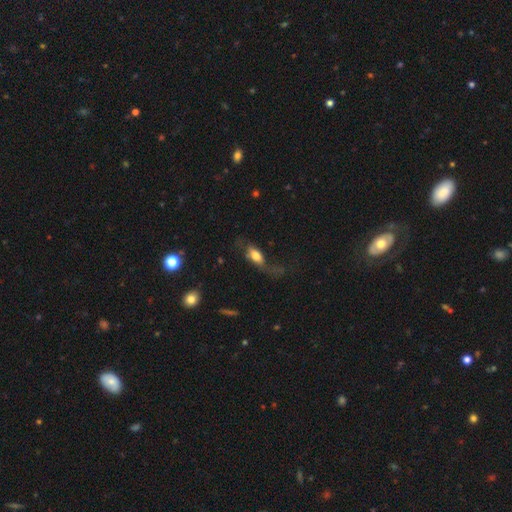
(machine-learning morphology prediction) smooth_or_featured: smooth (p=0.63) [alt: featured or disk p=0.29]
how_rounded: in between (p=0.80) [alt: cigar-shaped p=0.13]
merging: major disturbance (p=0.44) [alt: none p=0.32]